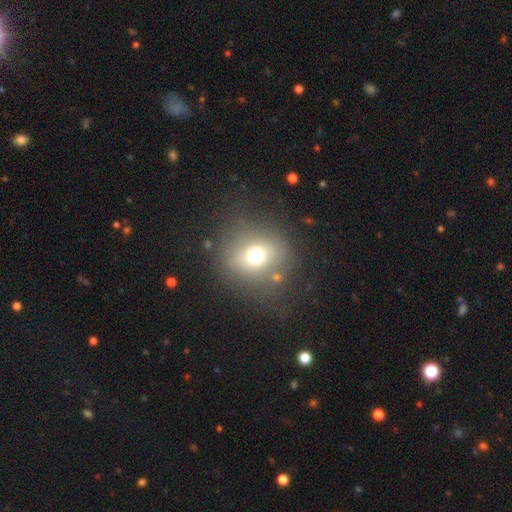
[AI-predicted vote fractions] Smooth or featured: smooth — 63% (star or artifact — 19%)
How rounded: round — 86% (in between — 13%)
Merging: none — 77% (minor disturbance — 12%)